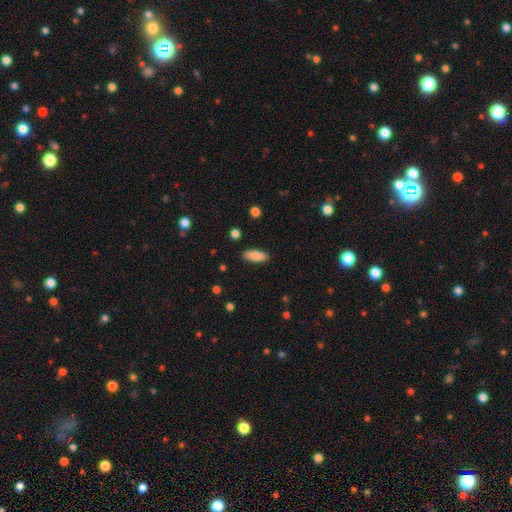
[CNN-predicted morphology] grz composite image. It shows a smooth galaxy with no disk features (86%) that is in between round and cigar-shaped (78%). Merging: none (87%).